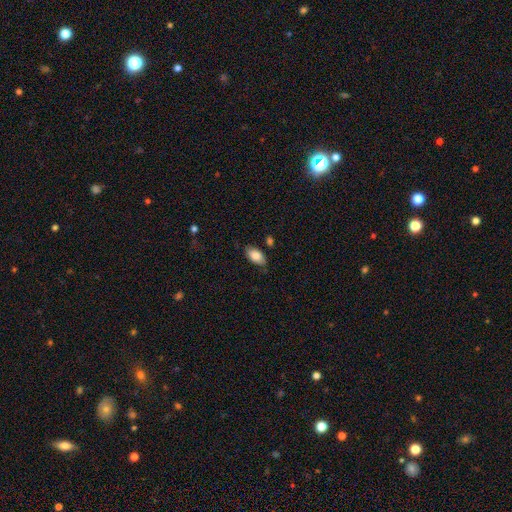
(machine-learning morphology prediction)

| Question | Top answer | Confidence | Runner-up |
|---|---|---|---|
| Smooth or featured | smooth | 84% | featured or disk (9%) |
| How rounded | in between | 94% | round (4%) |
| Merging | none | 77% | minor disturbance (17%) |